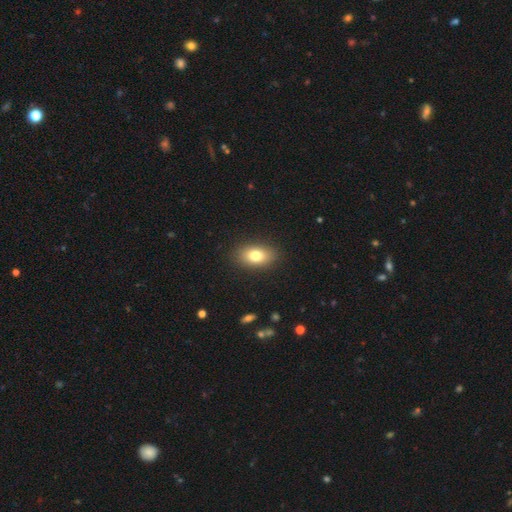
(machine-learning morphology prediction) Smooth or featured? Predicted: smooth (p=0.78). How rounded? Predicted: in between (p=0.88). Merging? Predicted: none (p=0.87).